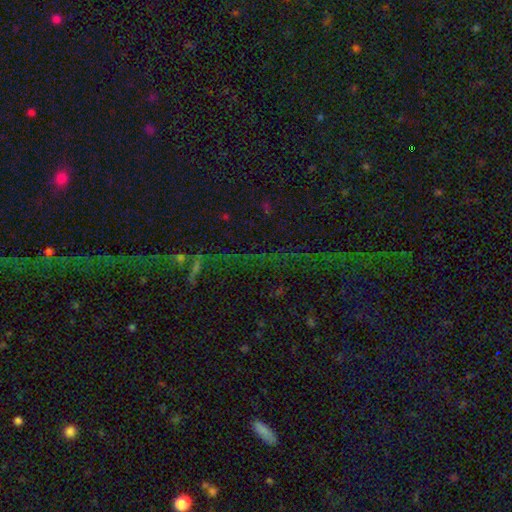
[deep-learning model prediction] Overall: star or artifact (78%).